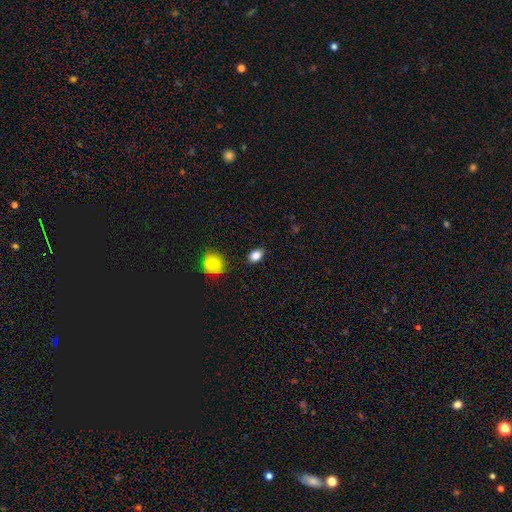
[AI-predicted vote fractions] smooth-or-featured: smooth: 84% | star or artifact: 9% | featured or disk: 7%
  how-rounded: in between: 77% | round: 21% | cigar-shaped: 2%
  merging: none: 86% | minor disturbance: 10% | major disturbance: 3% | merger: 2%